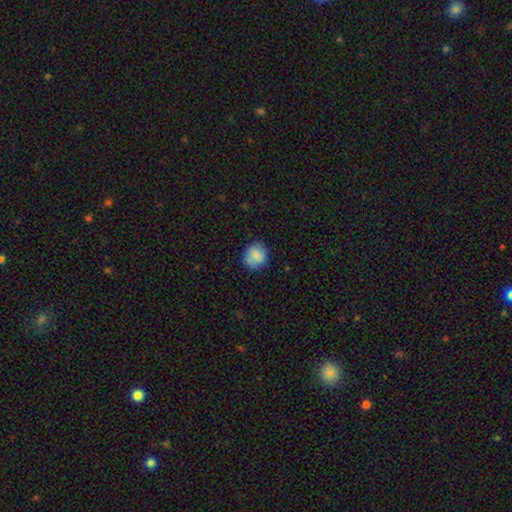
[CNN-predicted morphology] A smooth galaxy with no disk features (76%) that is round (74%). Merging: none (73%).